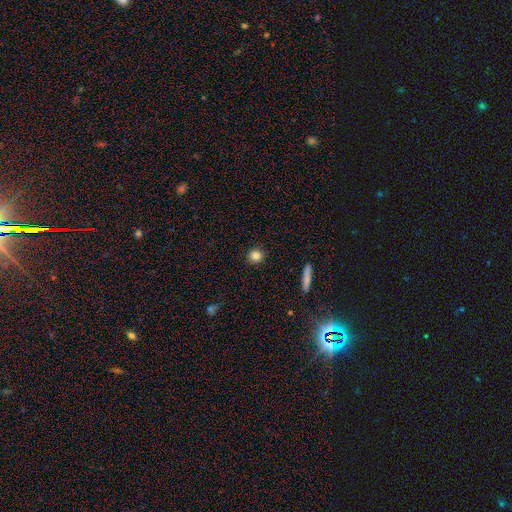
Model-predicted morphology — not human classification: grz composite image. It shows a smooth galaxy with no disk features (83%) that is round (89%). Merging: none (91%).